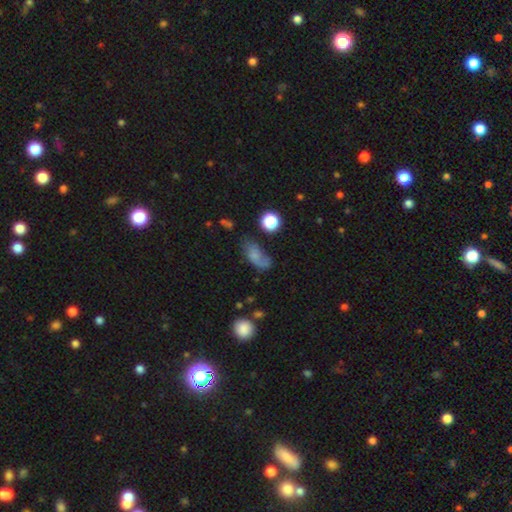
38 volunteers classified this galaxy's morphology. Smooth or featured? 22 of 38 (58%) said smooth. How rounded? 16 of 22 (73%) said in between. Merging? 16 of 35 (46%) said none.